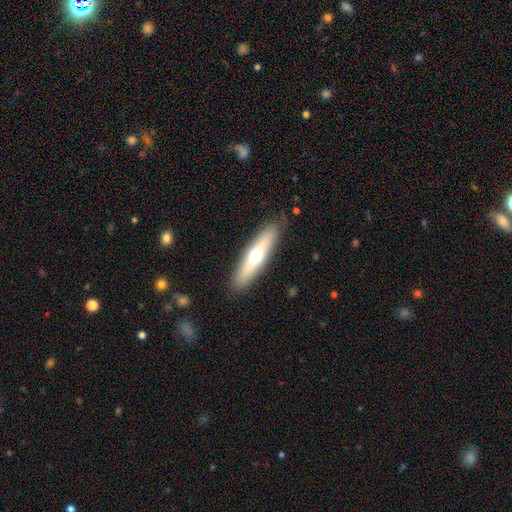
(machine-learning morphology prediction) smooth_or_featured: smooth (p=0.52) [alt: featured or disk p=0.41]
how_rounded: cigar-shaped (p=0.72) [alt: in between p=0.26]
merging: none (p=0.87) [alt: minor disturbance p=0.10]